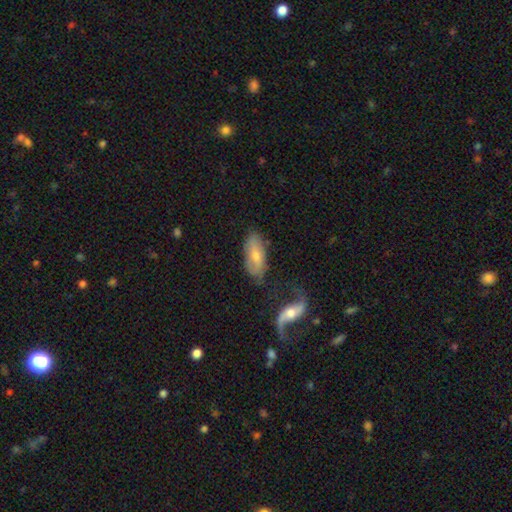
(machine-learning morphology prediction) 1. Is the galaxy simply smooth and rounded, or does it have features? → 47% smooth, 46% featured or disk, 7% star or artifact.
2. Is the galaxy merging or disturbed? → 62% none, 21% minor disturbance, 9% major disturbance, 8% merger.